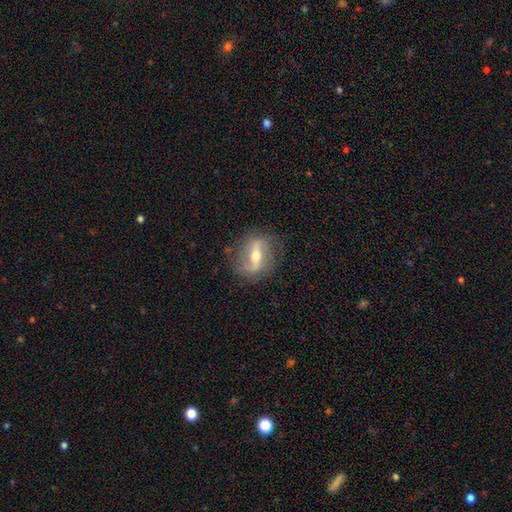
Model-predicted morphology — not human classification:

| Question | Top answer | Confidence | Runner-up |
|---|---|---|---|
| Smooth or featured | featured or disk | 76% | smooth (17%) |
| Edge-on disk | no | 81% | yes (19%) |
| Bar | strong | 61% | weak (27%) |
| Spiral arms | yes | 68% | no (32%) |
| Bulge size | moderate | 67% | small (22%) |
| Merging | none | 78% | minor disturbance (14%) |